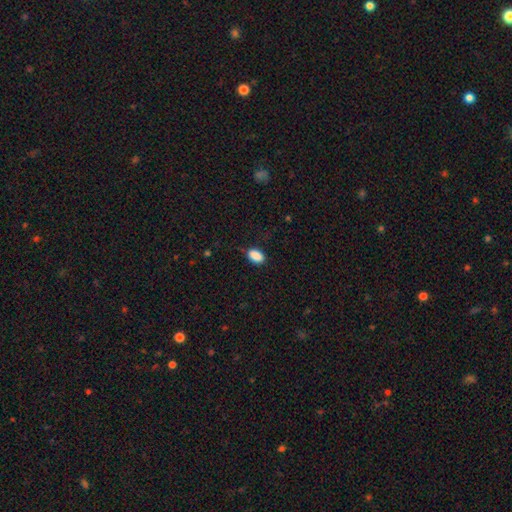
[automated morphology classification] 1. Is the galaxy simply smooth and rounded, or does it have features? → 88% smooth, 8% star or artifact, 4% featured or disk.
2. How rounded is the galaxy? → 89% in between, 9% round, 2% cigar-shaped.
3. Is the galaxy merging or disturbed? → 79% none, 17% minor disturbance, 3% major disturbance, 1% merger.